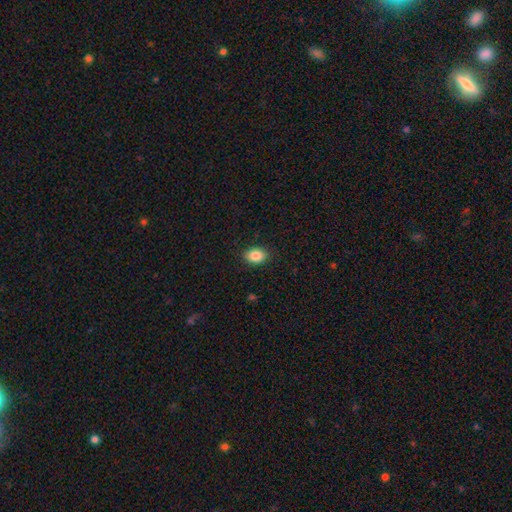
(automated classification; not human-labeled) smooth_or_featured: smooth (p=0.87) [alt: star or artifact p=0.08]
how_rounded: in between (p=0.82) [alt: round p=0.16]
merging: none (p=0.89) [alt: minor disturbance p=0.08]